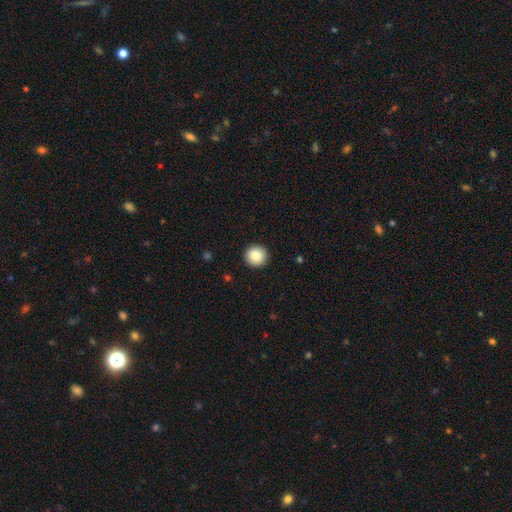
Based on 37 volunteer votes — Smooth or featured?
  - smooth: 95% *
  - star or artifact: 5%
  - featured or disk: 0%
How rounded?
  - round: 86% *
  - in between: 14%
  - cigar-shaped: 0%
Merging?
  - none: 100% *
  - minor disturbance: 0%
  - major disturbance: 0%
  - merger: 0%